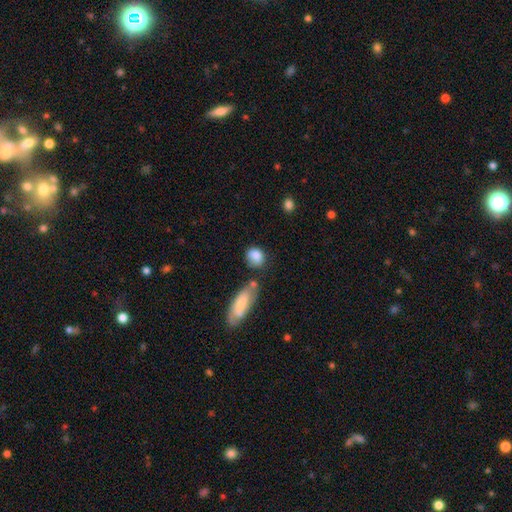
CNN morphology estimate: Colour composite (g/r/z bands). It shows a smooth galaxy with no disk features (84%) that is round (53%). Merging: none (55%).